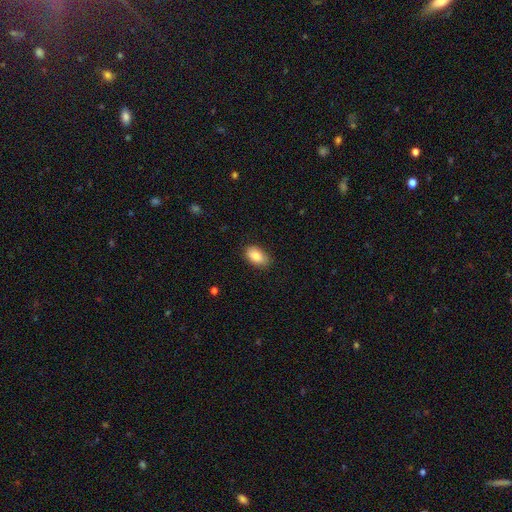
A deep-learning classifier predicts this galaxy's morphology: Smooth or featured? Predicted: smooth (p=0.84). How rounded? Predicted: in between (p=0.92). Merging? Predicted: none (p=0.83).